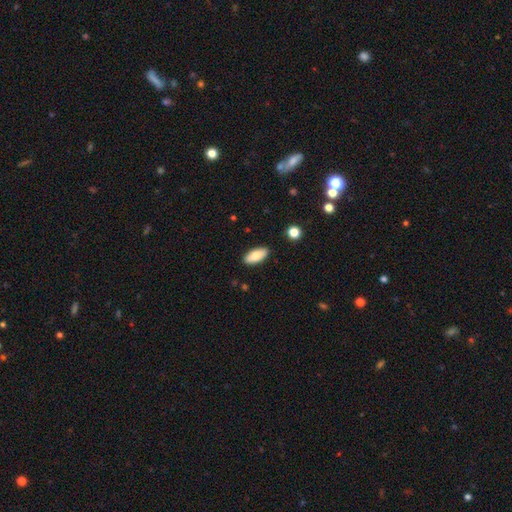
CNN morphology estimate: Q: Smooth or featured?
A: smooth (79%); runner-up: featured or disk (14%)
Q: How rounded?
A: in between (87%); runner-up: cigar-shaped (10%)
Q: Merging?
A: none (88%); runner-up: minor disturbance (8%)